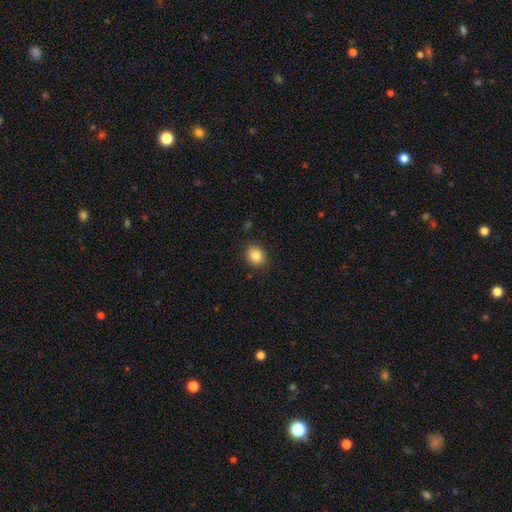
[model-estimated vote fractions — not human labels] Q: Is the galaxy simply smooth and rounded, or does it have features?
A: smooth — 85%.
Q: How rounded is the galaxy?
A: round — 66%.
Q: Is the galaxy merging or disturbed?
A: none — 88%.